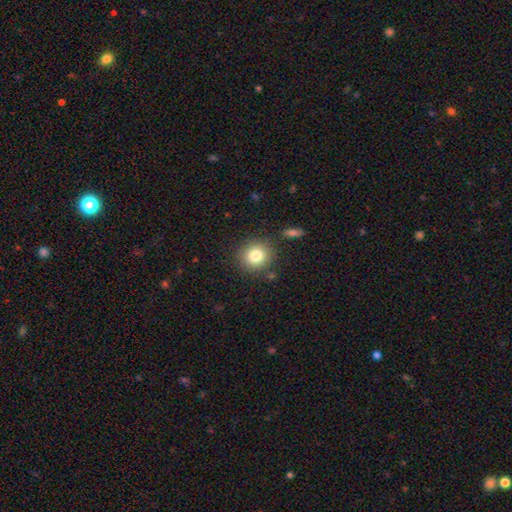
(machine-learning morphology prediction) A smooth galaxy with no disk features (82%) that is round (88%).

Vote fractions:
- Smooth or featured? smooth: 82% / star or artifact: 10% / featured or disk: 8%
- How rounded? round: 88% / in between: 11% / cigar-shaped: 1%
- Merging? none: 85% / minor disturbance: 9% / merger: 3% / major disturbance: 3%